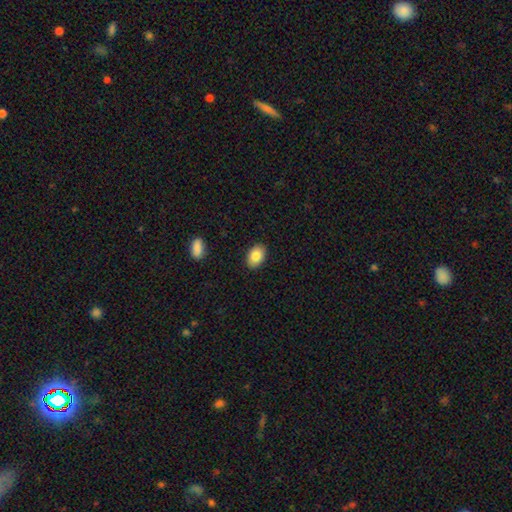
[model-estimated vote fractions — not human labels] Morphology: type=smooth (85%); roundness=in between (86%); merging=none (89%).